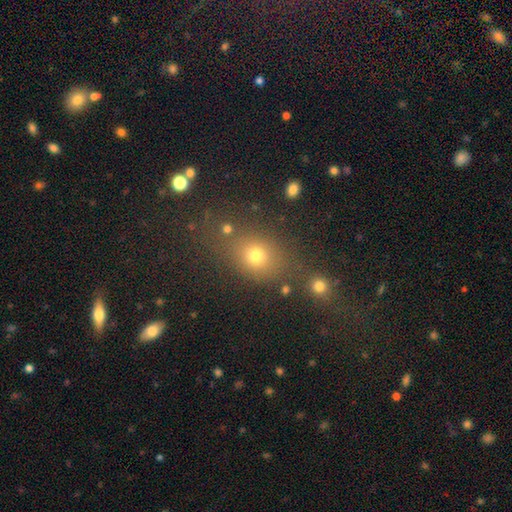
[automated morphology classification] smooth 69%, star or artifact 21%, featured or disk 10%. Down the decision tree: how rounded — round (51%); merging — none (68%).